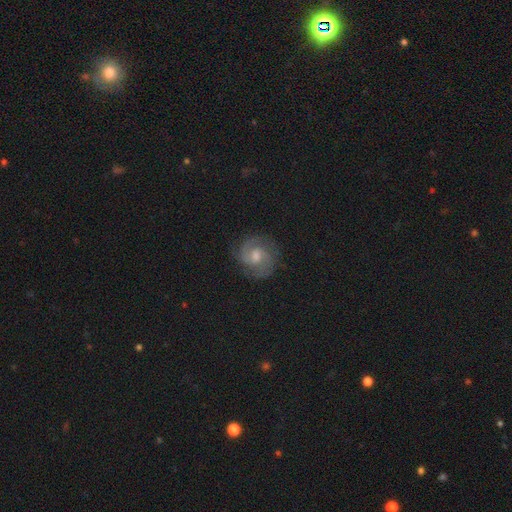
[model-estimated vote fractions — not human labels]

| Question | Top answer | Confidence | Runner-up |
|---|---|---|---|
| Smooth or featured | featured or disk | 79% | smooth (12%) |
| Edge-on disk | no | 98% | yes (2%) |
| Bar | weak | 48% | no (43%) |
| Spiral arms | yes | 97% | no (3%) |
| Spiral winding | tight | 46% | medium (44%) |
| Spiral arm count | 2 | 76% | can't tell (9%) |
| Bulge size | moderate | 59% | small (27%) |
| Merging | none | 82% | minor disturbance (13%) |